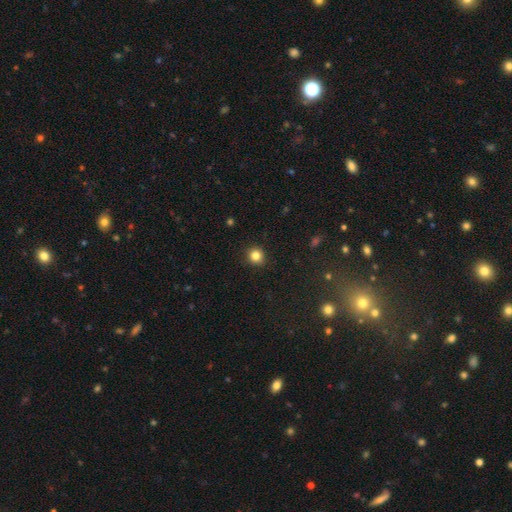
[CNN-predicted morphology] type=smooth (83%); roundness=round (88%); merging=none (91%).